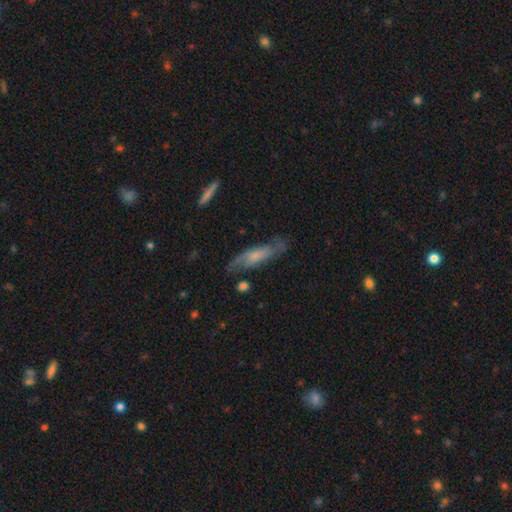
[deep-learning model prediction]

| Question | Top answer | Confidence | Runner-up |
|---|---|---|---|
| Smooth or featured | featured or disk | 63% | smooth (30%) |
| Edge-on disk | no | 75% | yes (25%) |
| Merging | none | 69% | minor disturbance (20%) |